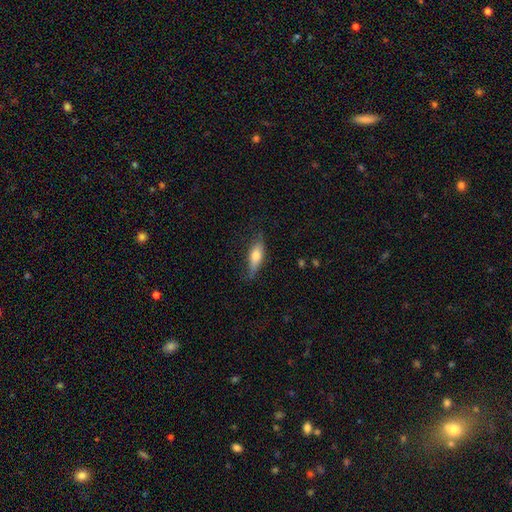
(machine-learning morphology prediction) This is likely a smooth galaxy (66%). How rounded: possibly in between (53%). Merging: likely none (70%).